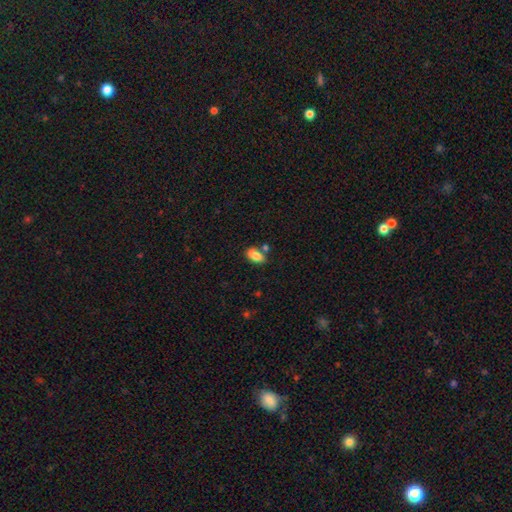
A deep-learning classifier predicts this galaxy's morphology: Smooth or featured? smooth (84%)
How rounded? in between (91%)
Merging? none (65%)